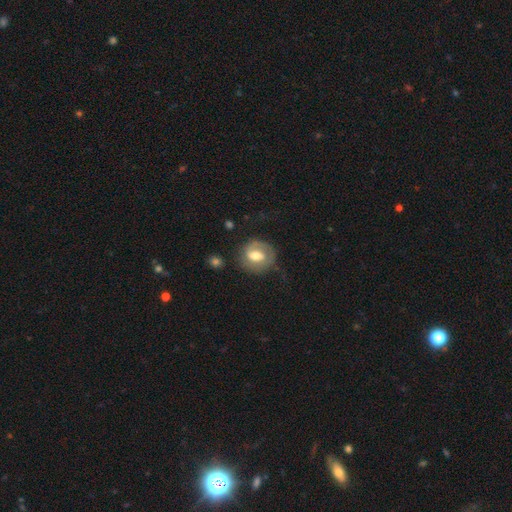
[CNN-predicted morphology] type=featured or disk (55%); edge-on=no (96%); bar=weak (49%); spiral arms=yes (70%); bulge=moderate (67%); merging=none (67%).